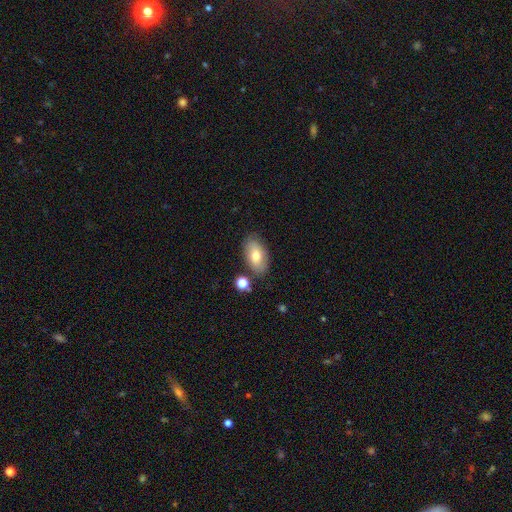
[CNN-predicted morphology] Smooth or featured: smooth — 73% (featured or disk — 20%)
How rounded: in between — 92% (round — 6%)
Merging: none — 79% (minor disturbance — 13%)